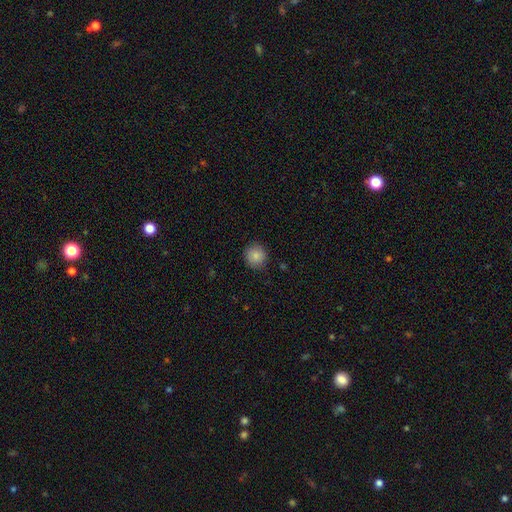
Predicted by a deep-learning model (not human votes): Smooth or featured? Predicted: smooth (p=0.86). How rounded? Predicted: round (p=0.91). Merging? Predicted: none (p=0.87).